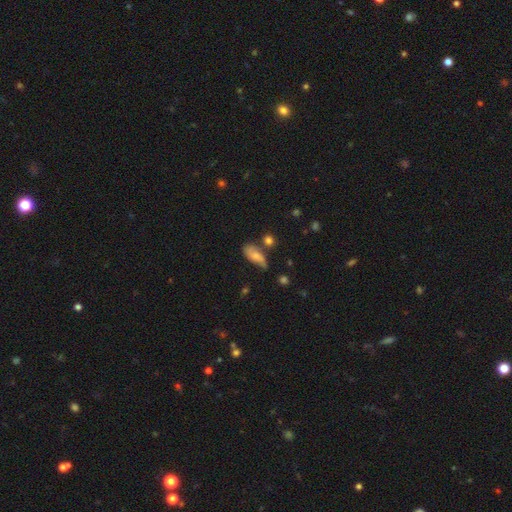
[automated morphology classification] A smooth galaxy with no disk features (68%) that is in between round and cigar-shaped (79%). Merging: none (47%).